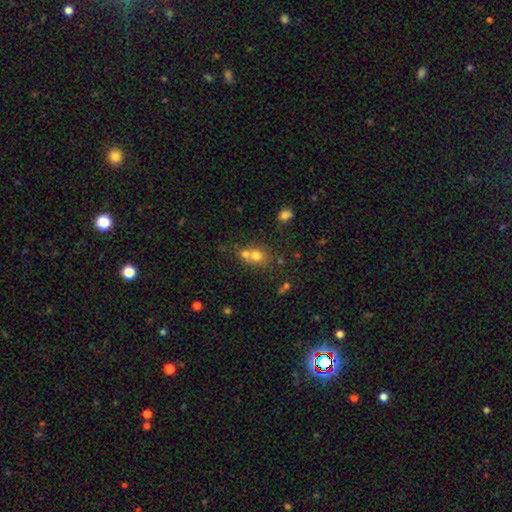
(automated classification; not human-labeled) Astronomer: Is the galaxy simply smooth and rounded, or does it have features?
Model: smooth — 70%.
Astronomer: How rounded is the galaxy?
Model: round — 70%.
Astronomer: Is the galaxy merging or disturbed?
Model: merger — 54% (runner-up: none, 35%).